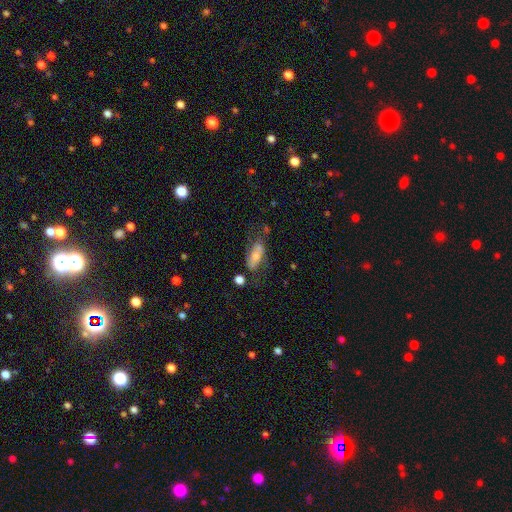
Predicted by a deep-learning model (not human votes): smooth-or-featured: smooth: 54% | featured or disk: 38% | star or artifact: 8%
  how-rounded: in between: 78% | cigar-shaped: 19% | round: 4%
  merging: none: 55% | minor disturbance: 24% | major disturbance: 15% | merger: 5%